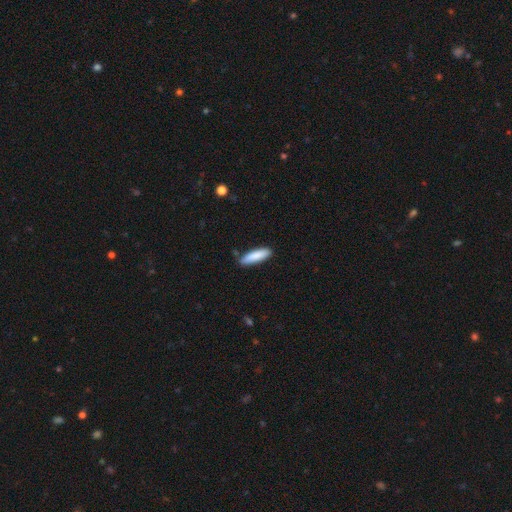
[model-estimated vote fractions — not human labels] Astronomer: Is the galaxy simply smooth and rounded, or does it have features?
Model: smooth — 86%.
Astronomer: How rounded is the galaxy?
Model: cigar-shaped — 65%.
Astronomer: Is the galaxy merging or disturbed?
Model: none — 83%.